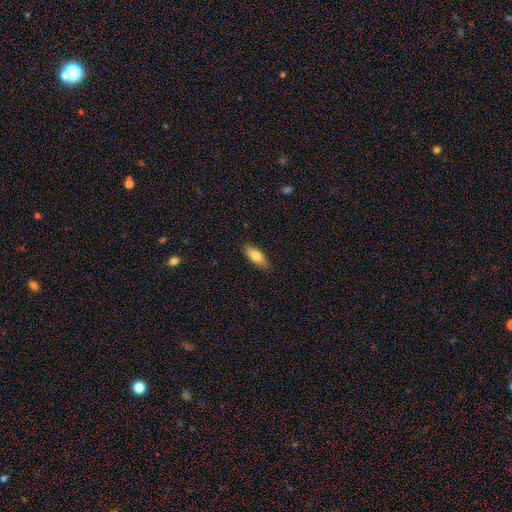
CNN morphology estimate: smooth_or_featured: smooth (p=0.78) [alt: featured or disk p=0.16]
how_rounded: in between (p=0.77) [alt: cigar-shaped p=0.21]
merging: none (p=0.87) [alt: minor disturbance p=0.10]